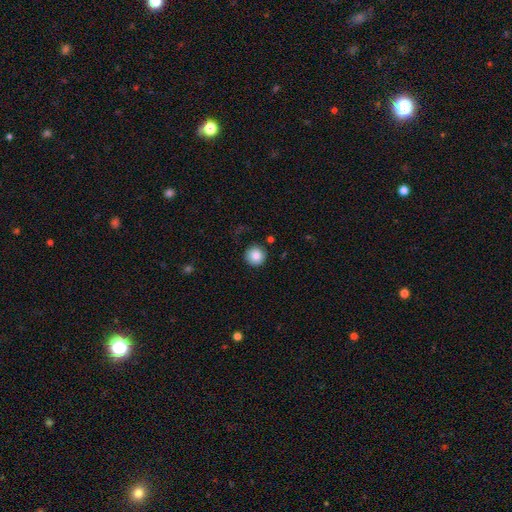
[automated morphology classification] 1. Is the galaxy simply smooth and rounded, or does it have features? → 86% smooth, 9% star or artifact, 6% featured or disk.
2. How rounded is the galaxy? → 96% round, 3% in between, 1% cigar-shaped.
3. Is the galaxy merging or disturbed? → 88% none, 8% minor disturbance, 2% major disturbance, 2% merger.